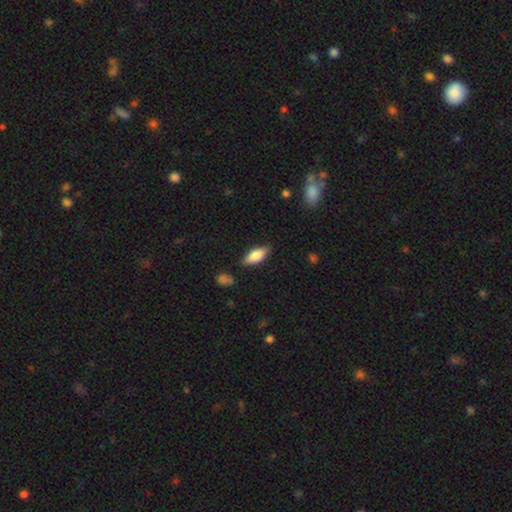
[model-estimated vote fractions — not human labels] Q: Smooth or featured?
A: smooth (74%); runner-up: featured or disk (19%)
Q: How rounded?
A: in between (76%); runner-up: cigar-shaped (22%)
Q: Merging?
A: none (84%); runner-up: minor disturbance (12%)